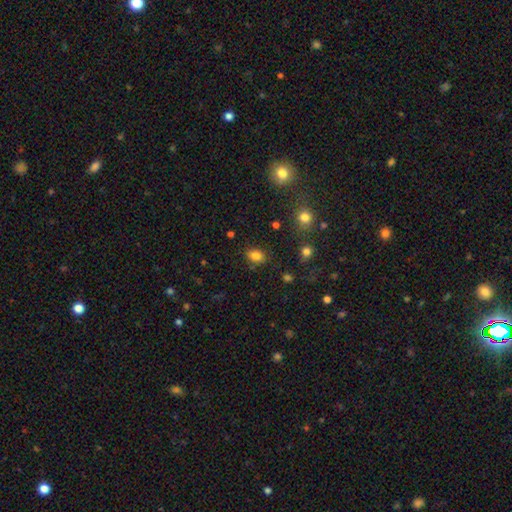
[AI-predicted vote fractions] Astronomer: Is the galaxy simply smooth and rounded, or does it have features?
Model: smooth — 82%.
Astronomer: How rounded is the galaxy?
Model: in between — 71%.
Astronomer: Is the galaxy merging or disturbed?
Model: none — 83%.